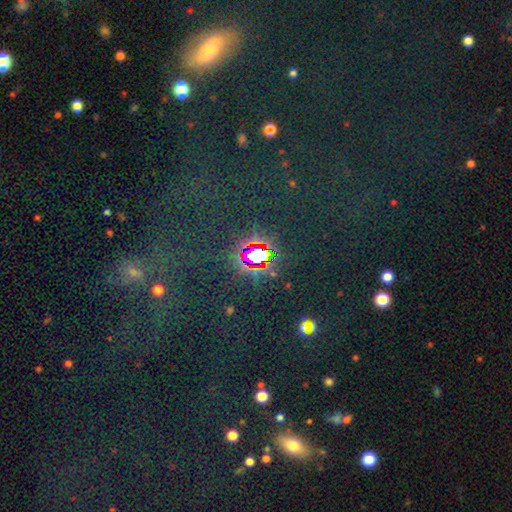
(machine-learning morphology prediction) smooth-or-featured: star or artifact: 81% | smooth: 11% | featured or disk: 9%